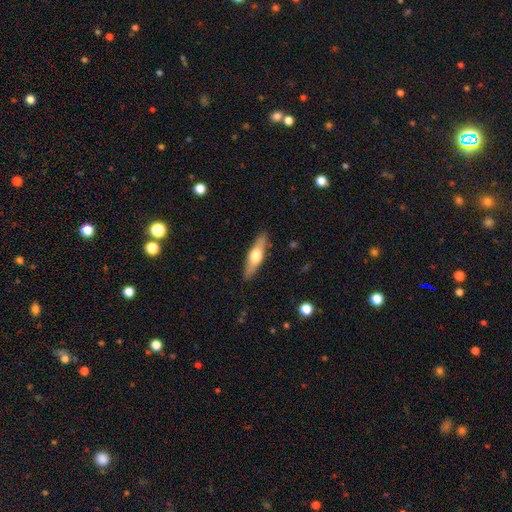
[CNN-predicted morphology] smooth-or-featured: smooth: 48% | featured or disk: 47% | star or artifact: 6%
  merging: none: 88% | minor disturbance: 9% | major disturbance: 2% | merger: 1%